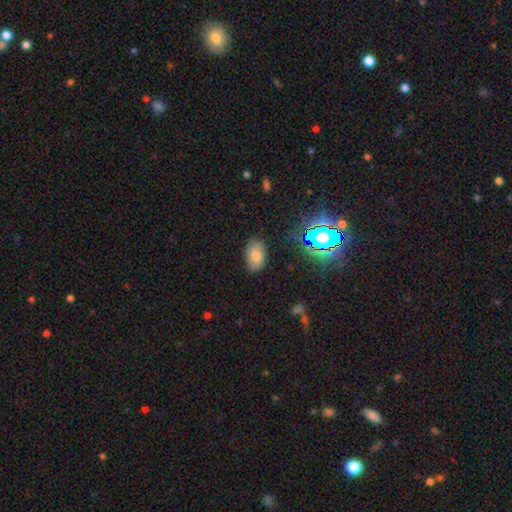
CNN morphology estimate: A smooth galaxy with no disk features (74%) that is in between round and cigar-shaped (90%).

Vote fractions:
- Smooth or featured? smooth: 74% / star or artifact: 13% / featured or disk: 13%
- How rounded? in between: 90% / round: 8% / cigar-shaped: 1%
- Merging? none: 82% / minor disturbance: 14% / major disturbance: 3% / merger: 1%